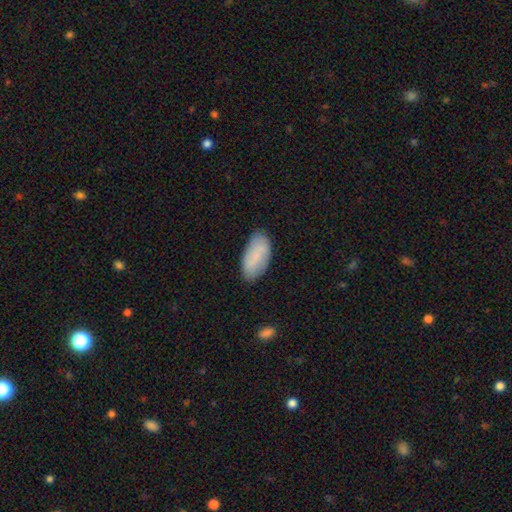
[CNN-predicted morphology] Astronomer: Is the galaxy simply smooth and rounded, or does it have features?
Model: smooth — 80%.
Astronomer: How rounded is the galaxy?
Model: in between — 94%.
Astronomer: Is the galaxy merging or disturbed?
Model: none — 80%.